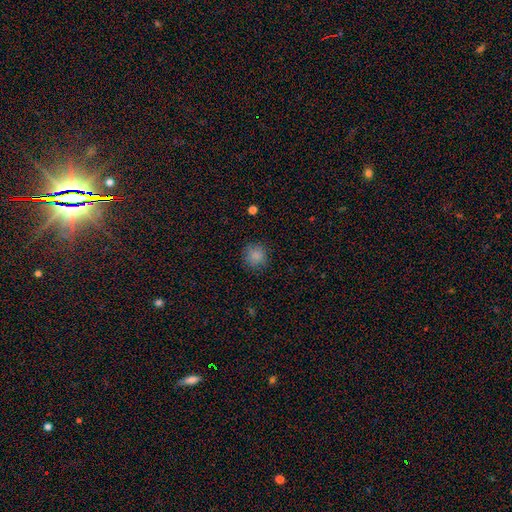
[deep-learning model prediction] smooth-or-featured: smooth: 85% | star or artifact: 11% | featured or disk: 4%
  how-rounded: round: 93% | in between: 6% | cigar-shaped: 1%
  merging: none: 87% | minor disturbance: 9% | major disturbance: 3% | merger: 1%